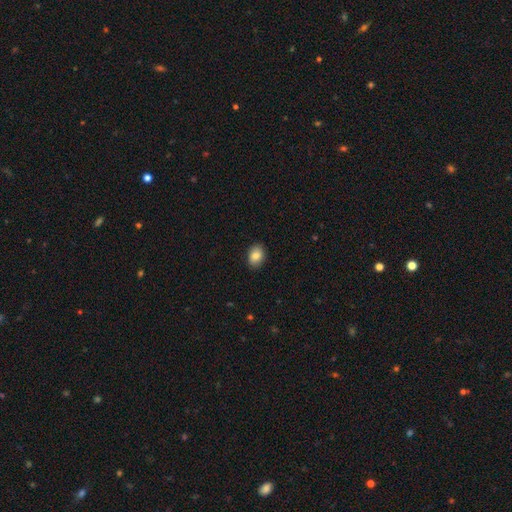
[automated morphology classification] Smooth or featured: smooth — 84% (star or artifact — 8%)
How rounded: in between — 75% (round — 24%)
Merging: none — 89% (minor disturbance — 8%)